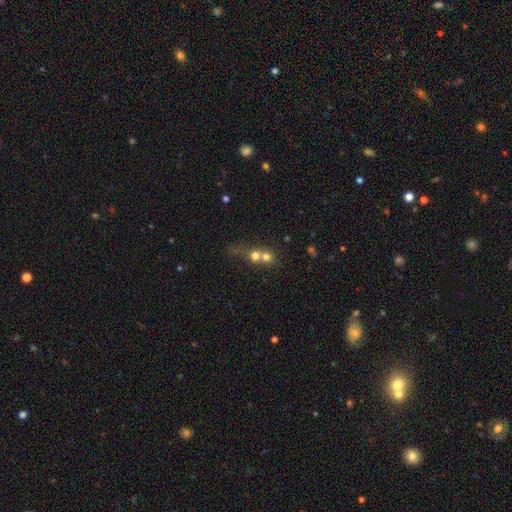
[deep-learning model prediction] Smooth or featured? Predicted: smooth (p=0.66). How rounded? Predicted: round (p=0.82). Merging? Predicted: merger (p=0.65).